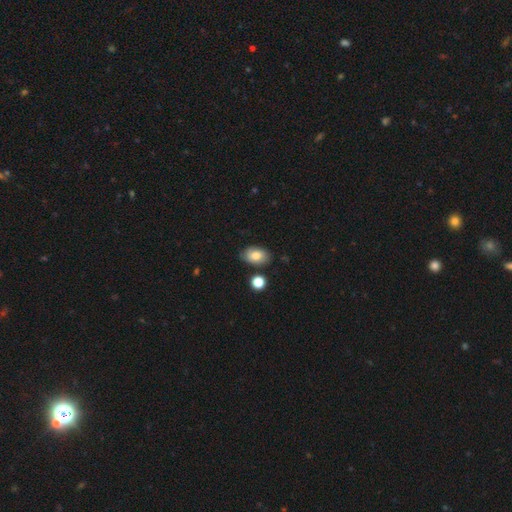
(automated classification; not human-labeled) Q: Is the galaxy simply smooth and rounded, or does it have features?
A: smooth — 80%.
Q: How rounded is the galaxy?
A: in between — 89%.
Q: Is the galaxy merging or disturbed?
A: none — 77%.